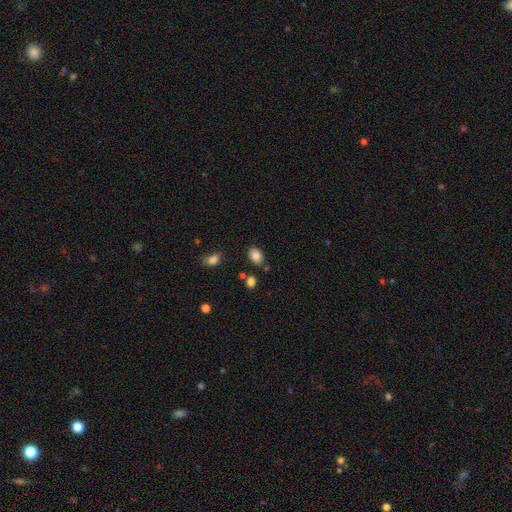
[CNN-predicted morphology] Overall: smooth (83%). How rounded: in between (80%). Merging: none (77%).